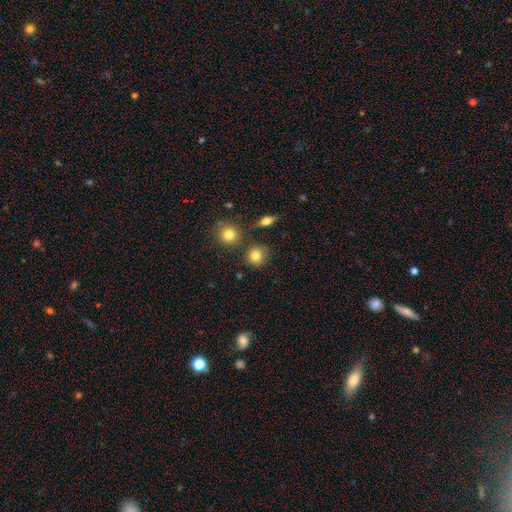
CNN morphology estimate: smooth_or_featured: smooth (p=0.82) [alt: star or artifact p=0.11]
how_rounded: round (p=0.86) [alt: in between p=0.13]
merging: none (p=0.77) [alt: minor disturbance p=0.11]